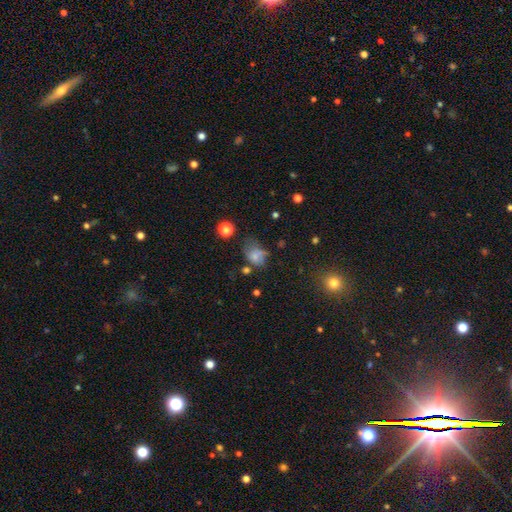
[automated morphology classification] smooth_or_featured: smooth (p=0.68) [alt: star or artifact p=0.16]
how_rounded: in between (p=0.60) [alt: round p=0.39]
merging: none (p=0.37) [alt: minor disturbance p=0.32]